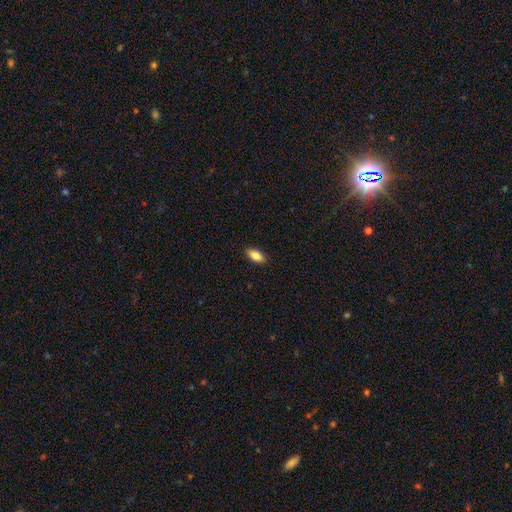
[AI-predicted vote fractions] smooth-or-featured: smooth: 86% | star or artifact: 7% | featured or disk: 7%
  how-rounded: in between: 90% | cigar-shaped: 7% | round: 3%
  merging: none: 89% | minor disturbance: 9% | major disturbance: 2% | merger: 1%